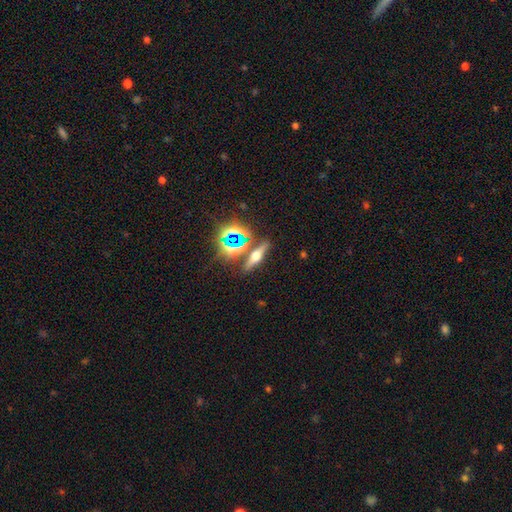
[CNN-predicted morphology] smooth-or-featured: featured or disk: 42% | smooth: 32% | star or artifact: 26%
  merging: none: 80% | minor disturbance: 8% | merger: 8% | major disturbance: 3%